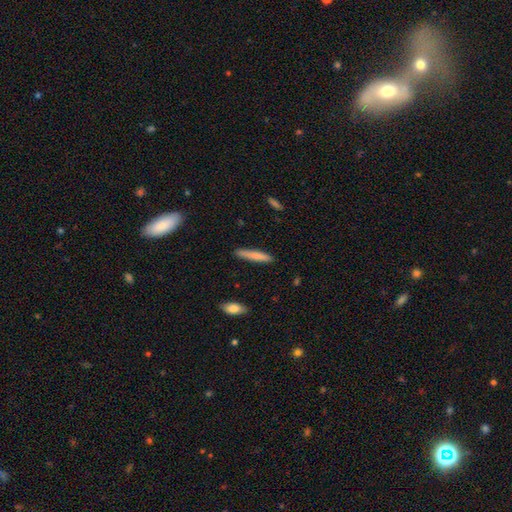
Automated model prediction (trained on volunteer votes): Smooth or featured? smooth (79%)
How rounded? cigar-shaped (92%)
Merging? none (88%)